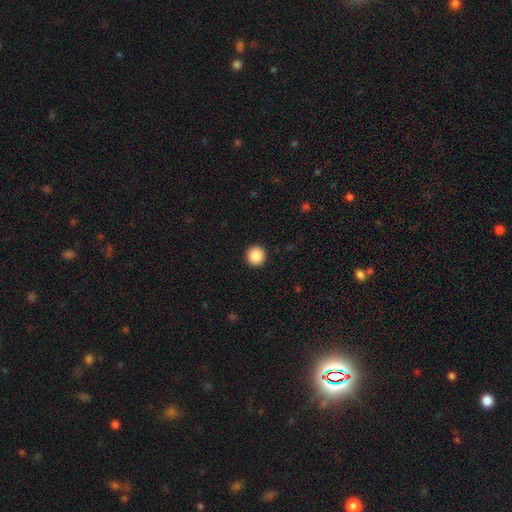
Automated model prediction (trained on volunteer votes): Overall: smooth (87%). How rounded: round (96%). Merging: none (94%).